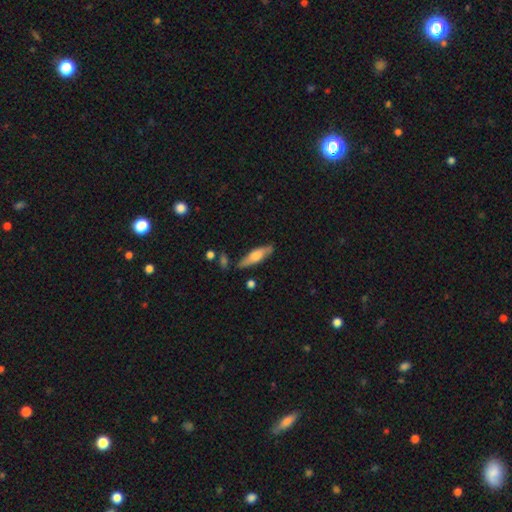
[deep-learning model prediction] Q: Smooth or featured?
A: smooth (55%); runner-up: featured or disk (39%)
Q: How rounded?
A: cigar-shaped (61%); runner-up: in between (36%)
Q: Merging?
A: none (79%); runner-up: minor disturbance (15%)